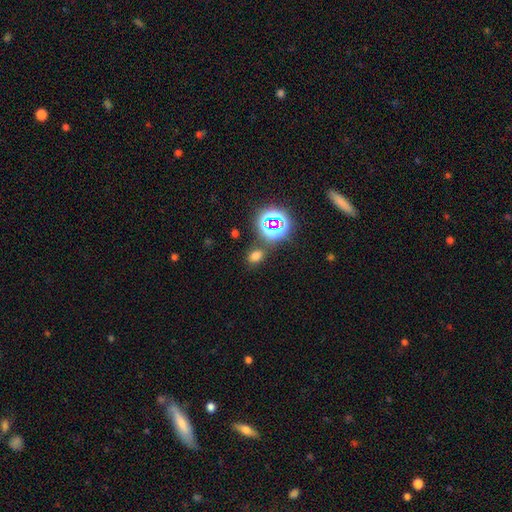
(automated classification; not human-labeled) smooth-or-featured: smooth: 63% | star or artifact: 31% | featured or disk: 7%
  how-rounded: in between: 63% | round: 36% | cigar-shaped: 2%
  merging: none: 76% | minor disturbance: 11% | merger: 8% | major disturbance: 4%